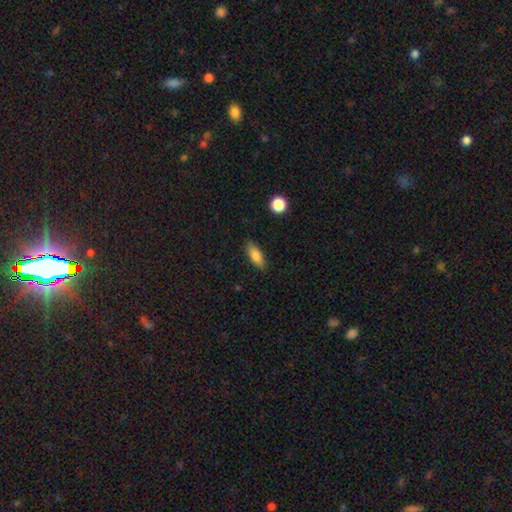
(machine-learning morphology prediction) Smooth or featured? smooth (83%)
How rounded? in between (72%)
Merging? none (86%)